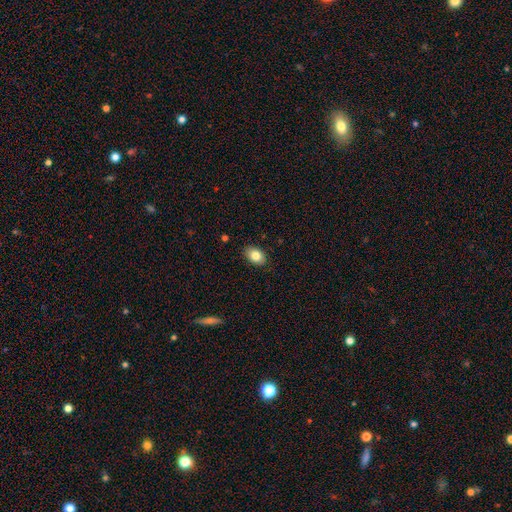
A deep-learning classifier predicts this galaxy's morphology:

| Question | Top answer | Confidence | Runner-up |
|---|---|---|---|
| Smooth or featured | smooth | 83% | featured or disk (9%) |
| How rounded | in between | 84% | round (15%) |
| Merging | none | 88% | minor disturbance (9%) |